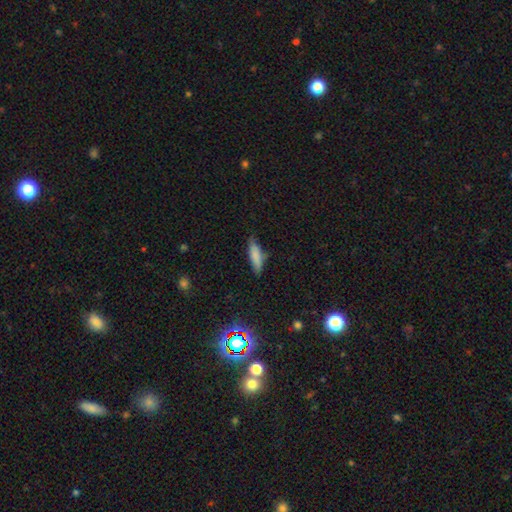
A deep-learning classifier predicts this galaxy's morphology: smooth 78%, featured or disk 14%, star or artifact 8%. Down the decision tree: how rounded — cigar-shaped (62%); merging — none (72%).